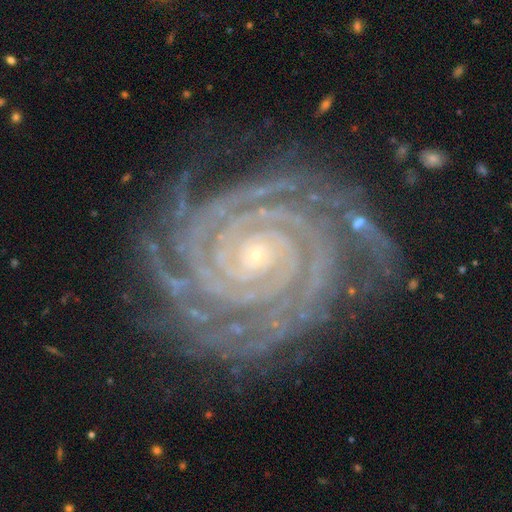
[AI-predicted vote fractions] This is clearly a featured or disk galaxy (93%). It is clearly not viewed edge-on (98%). Bar: likely no (65%). Spiral arm pattern: clearly yes (99%). Spiral arm count: marginally 2 (31%). Spiral winding: clearly tight (92%). Central bulge: clearly small (81%). Merging: likely none (79%).